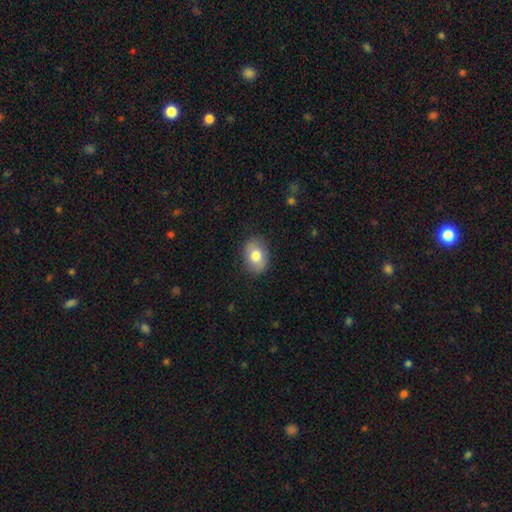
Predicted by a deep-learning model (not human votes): Q: Smooth or featured?
A: smooth (77%); runner-up: featured or disk (16%)
Q: How rounded?
A: in between (74%); runner-up: round (24%)
Q: Merging?
A: none (86%); runner-up: minor disturbance (10%)